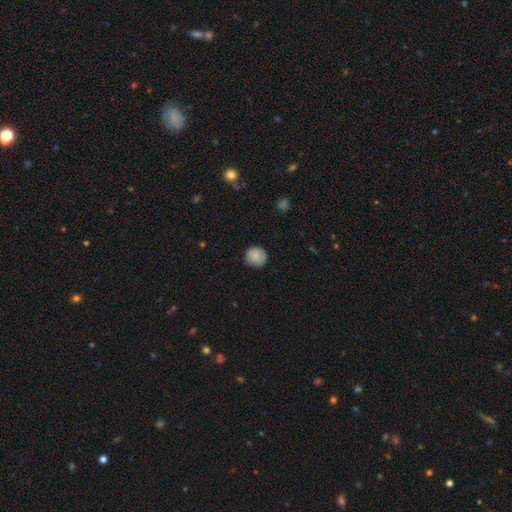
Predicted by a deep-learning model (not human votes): Overall: smooth (84%). How rounded: round (90%). Merging: none (81%).